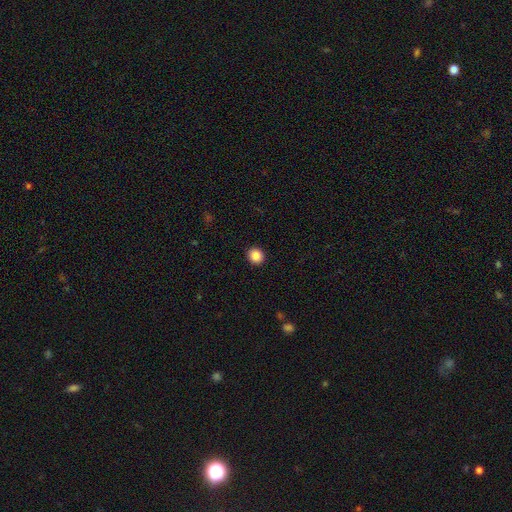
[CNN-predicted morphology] This appears to be a smooth galaxy with no disk features (86%) that is round (87%). Merging: none (93%).